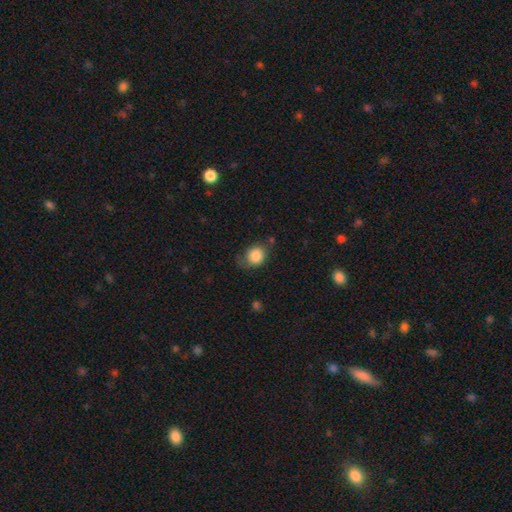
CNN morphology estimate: A smooth galaxy with no disk features (85%) that is round (65%). Merging: none (58%).